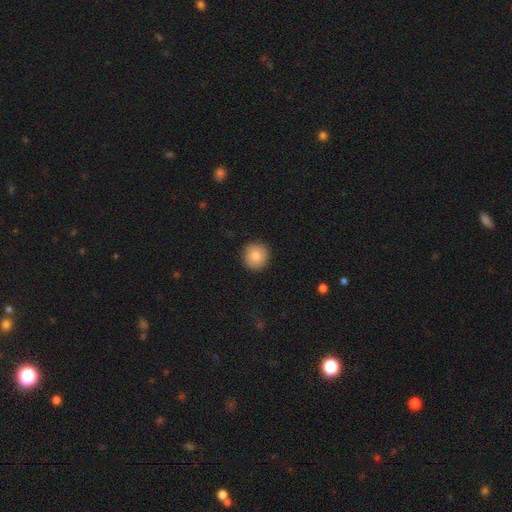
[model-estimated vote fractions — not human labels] This appears to be a smooth galaxy with no disk features (82%) that is round (94%). Merging: none (92%).